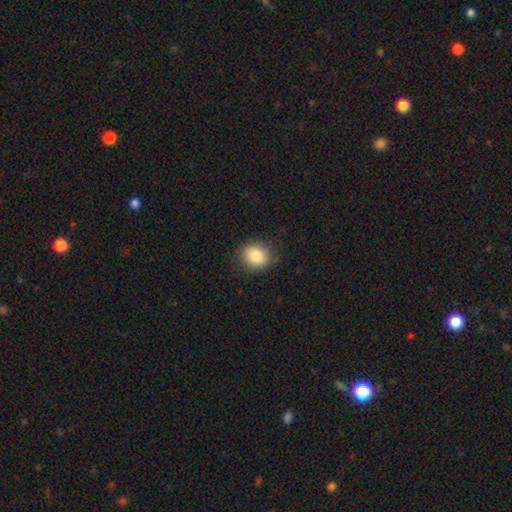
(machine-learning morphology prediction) smooth_or_featured: smooth (p=0.84) [alt: star or artifact p=0.09]
how_rounded: round (p=0.75) [alt: in between p=0.25]
merging: none (p=0.86) [alt: minor disturbance p=0.10]